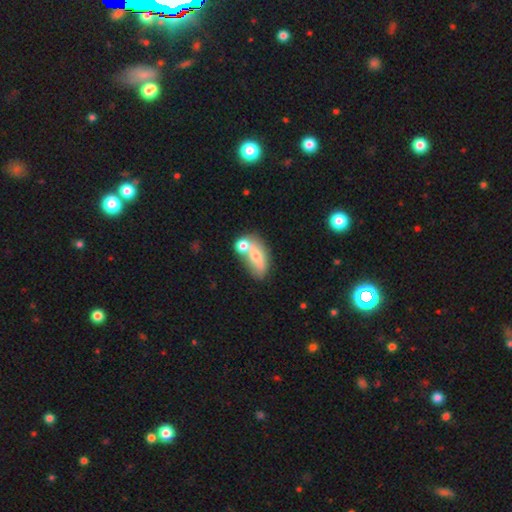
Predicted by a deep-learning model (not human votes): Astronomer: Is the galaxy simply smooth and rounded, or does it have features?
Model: smooth — 61%.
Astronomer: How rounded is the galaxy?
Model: in between — 79%.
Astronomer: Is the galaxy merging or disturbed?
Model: merger — 59%.